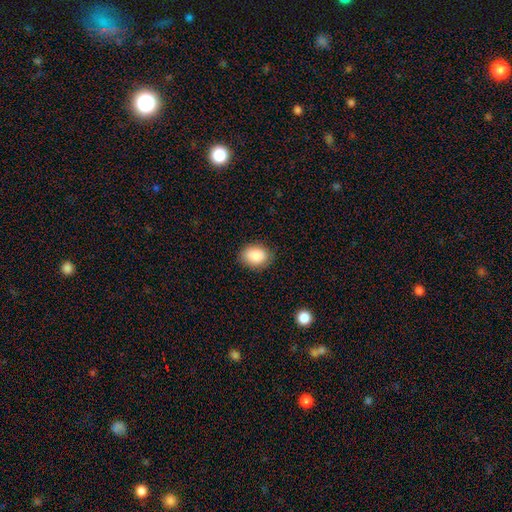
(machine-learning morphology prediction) Smooth or featured: smooth — 88% (star or artifact — 7%)
How rounded: in between — 70% (round — 29%)
Merging: none — 85% (minor disturbance — 12%)